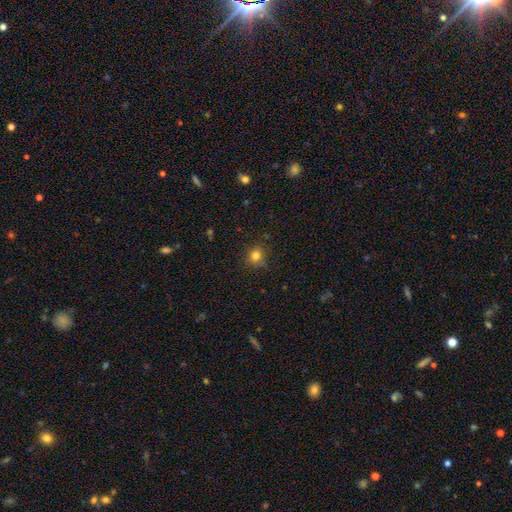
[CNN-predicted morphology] This appears to be a smooth galaxy with no disk features (80%) that is round (85%). Merging: none (83%).